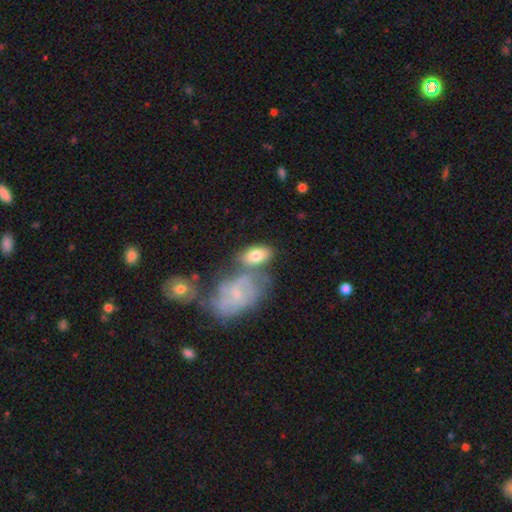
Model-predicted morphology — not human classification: smooth 69%, featured or disk 25%, star or artifact 6%. Down the decision tree: how rounded — in between (91%); merging — none (46%).